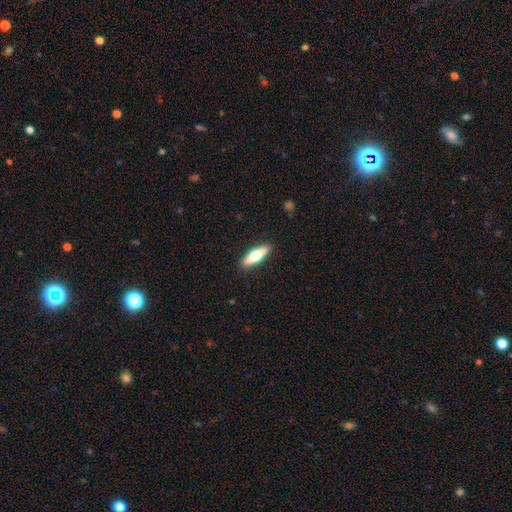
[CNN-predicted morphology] Smooth or featured?
  - smooth: 51% *
  - featured or disk: 44%
  - star or artifact: 5%
How rounded?
  - cigar-shaped: 63% *
  - in between: 35%
  - round: 2%
Merging?
  - none: 90% *
  - minor disturbance: 7%
  - major disturbance: 2%
  - merger: 1%